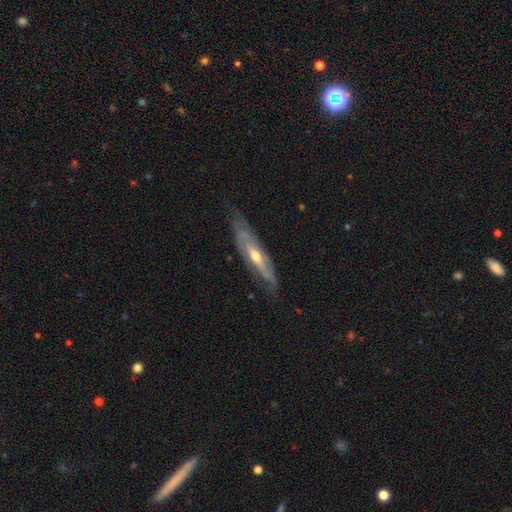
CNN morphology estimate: featured or disk 72%, smooth 22%, star or artifact 5%. Down the decision tree: edge-on disk — yes (52%); merging — none (67%).